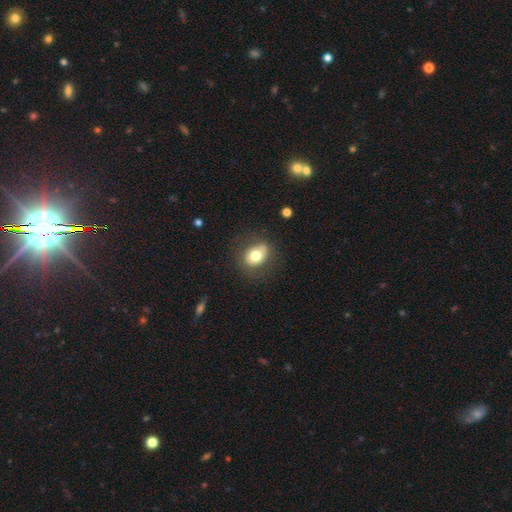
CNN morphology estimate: Smooth or featured? smooth (69%)
How rounded? in between (58%)
Merging? none (70%)